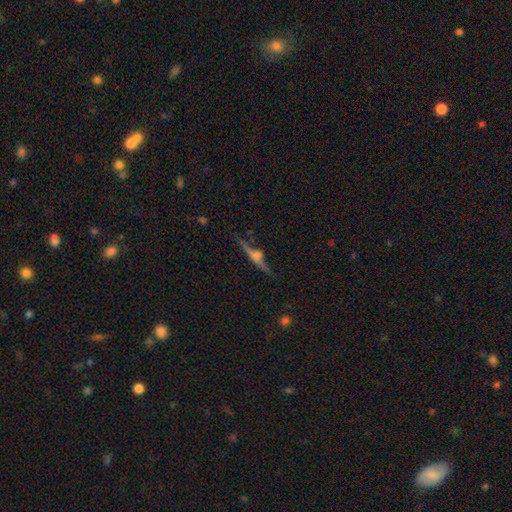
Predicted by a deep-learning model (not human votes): A featured or disk galaxy (69%) viewed edge-on (95%) with a rounded central bulge (76%).

Vote fractions:
- Smooth or featured? featured or disk: 69% / smooth: 20% / star or artifact: 11%
- Edge-on disk? yes: 95% / no: 5%
- Edge-on bulge? rounded: 76% / boxy: 13% / none: 11%
- Merging? none: 76% / minor disturbance: 14% / major disturbance: 5% / merger: 5%